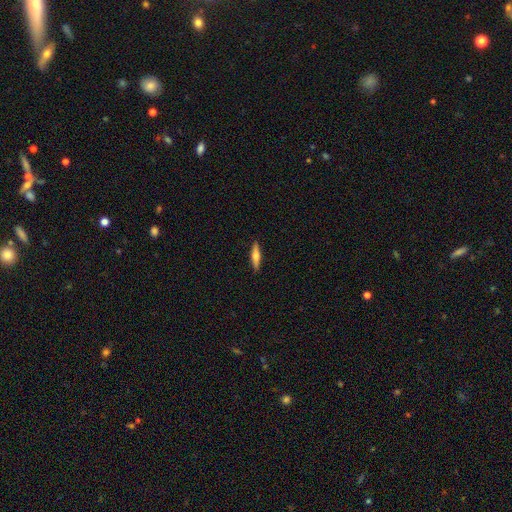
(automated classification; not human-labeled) Overall: smooth (55%; featured or disk 39%). How rounded: cigar-shaped (79%). Merging: none (90%).